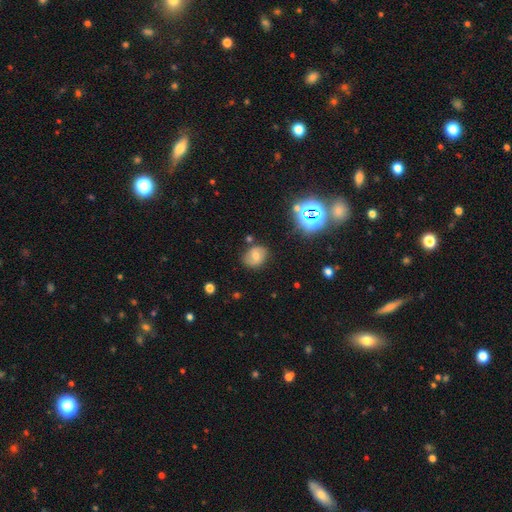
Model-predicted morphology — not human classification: Smooth or featured? smooth (54%)
How rounded? round (57%)
Merging? none (76%)